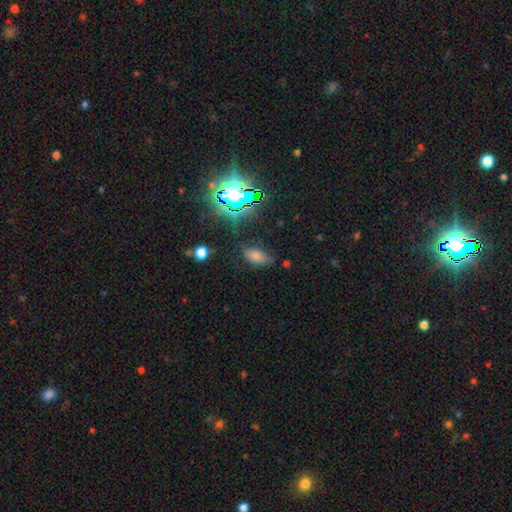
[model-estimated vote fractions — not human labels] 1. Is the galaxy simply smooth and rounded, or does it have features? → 58% smooth, 32% star or artifact, 11% featured or disk.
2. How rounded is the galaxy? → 85% in between, 8% cigar-shaped, 7% round.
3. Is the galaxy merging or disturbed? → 78% none, 15% minor disturbance, 5% major disturbance, 2% merger.